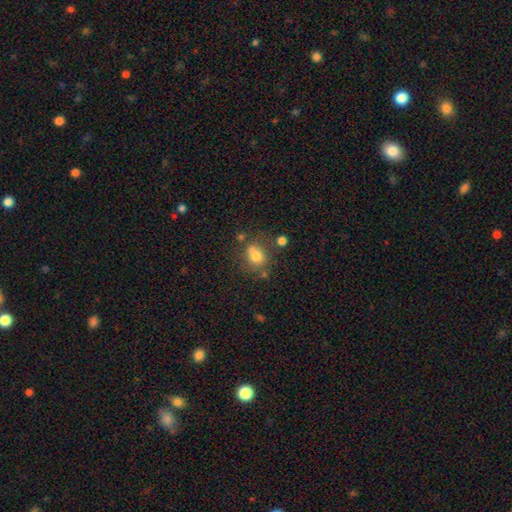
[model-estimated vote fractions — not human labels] smooth 73%, star or artifact 14%, featured or disk 14%. Down the decision tree: how rounded — round (61%); merging — none (55%).